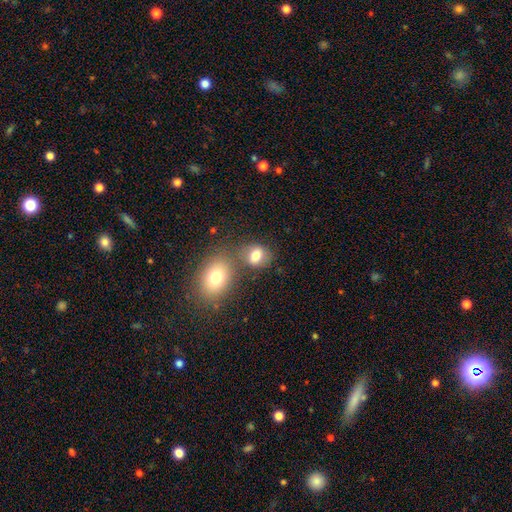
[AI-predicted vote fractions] smooth_or_featured: smooth (p=0.77) [alt: featured or disk p=0.12]
how_rounded: in between (p=0.56) [alt: round p=0.43]
merging: none (p=0.51) [alt: merger p=0.30]